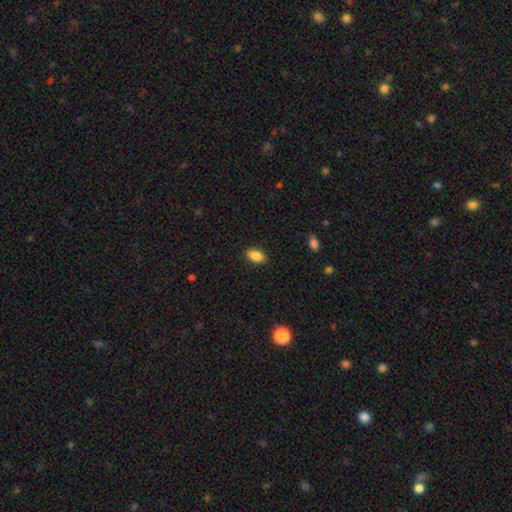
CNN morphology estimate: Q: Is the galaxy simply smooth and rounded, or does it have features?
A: smooth — 87%.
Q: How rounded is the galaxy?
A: in between — 92%.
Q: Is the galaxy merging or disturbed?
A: none — 89%.